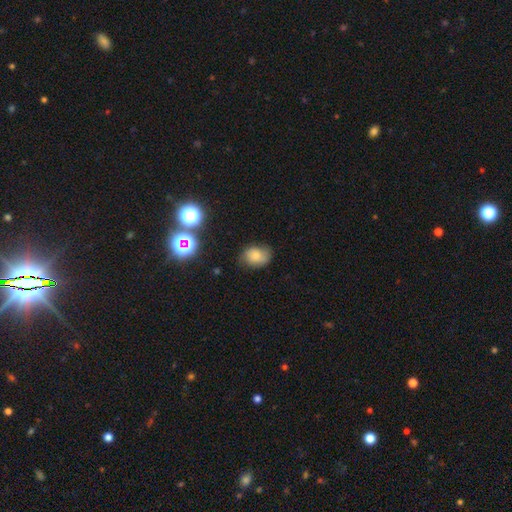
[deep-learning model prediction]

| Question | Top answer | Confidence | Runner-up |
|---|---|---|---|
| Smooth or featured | smooth | 71% | featured or disk (15%) |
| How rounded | in between | 65% | round (34%) |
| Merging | none | 67% | minor disturbance (24%) |